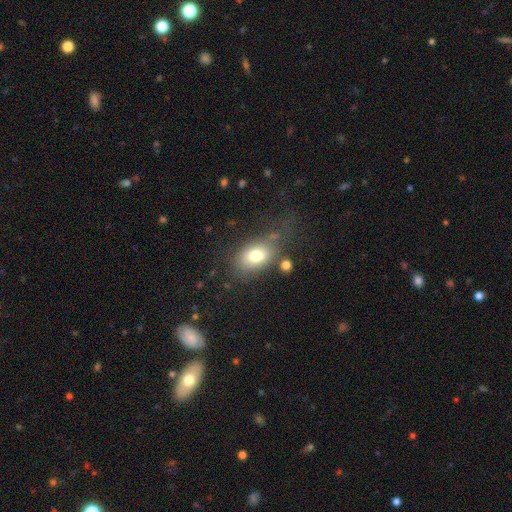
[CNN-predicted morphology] This appears to be a smooth galaxy with no disk features (73%) that is in between round and cigar-shaped (78%). Merging: none (56%).